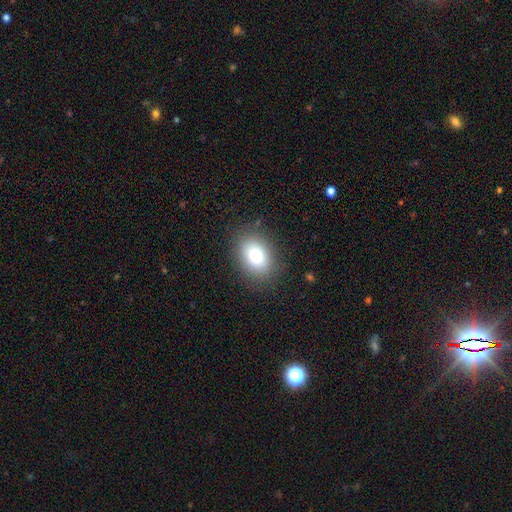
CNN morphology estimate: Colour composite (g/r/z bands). It shows a smooth galaxy with no disk features (79%) that is in between round and cigar-shaped (73%). Merging: none (84%).